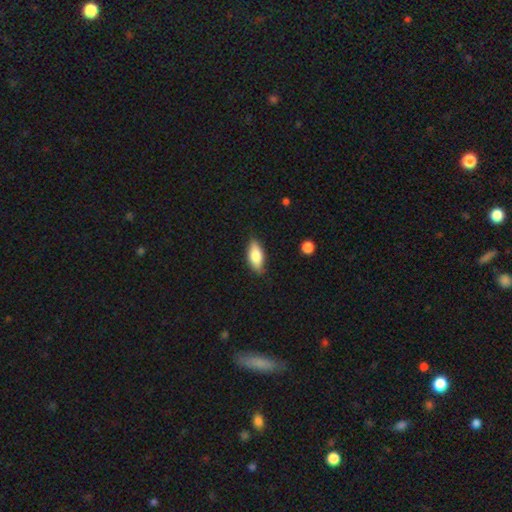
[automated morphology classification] A smooth galaxy with no disk features (79%) that is in between round and cigar-shaped (84%). Merging: none (82%).